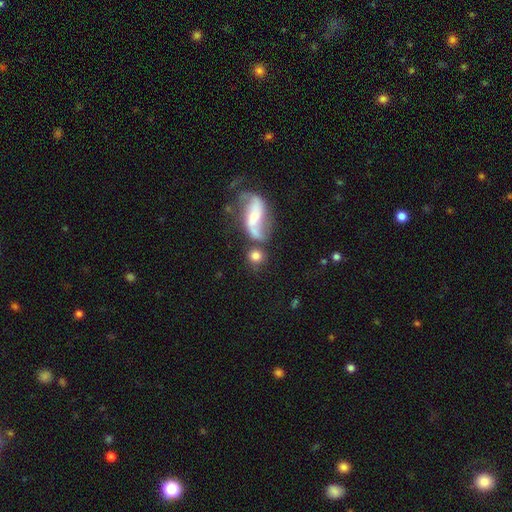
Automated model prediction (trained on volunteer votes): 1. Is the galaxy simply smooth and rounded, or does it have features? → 70% smooth, 21% featured or disk, 9% star or artifact.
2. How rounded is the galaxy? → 78% round, 18% in between, 3% cigar-shaped.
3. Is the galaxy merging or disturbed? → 56% none, 24% merger, 13% minor disturbance, 8% major disturbance.